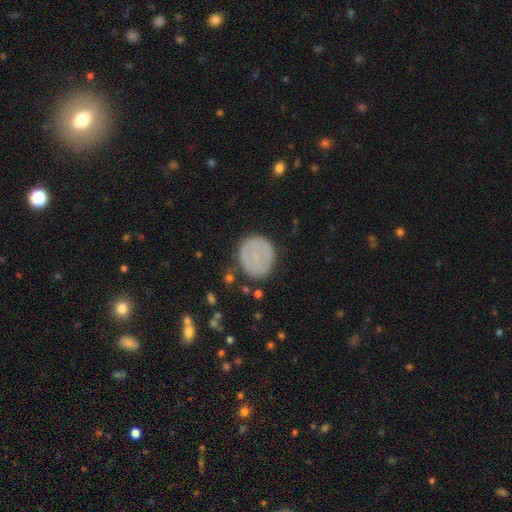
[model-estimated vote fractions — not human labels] Smooth or featured? smooth (71%)
How rounded? round (89%)
Merging? none (82%)